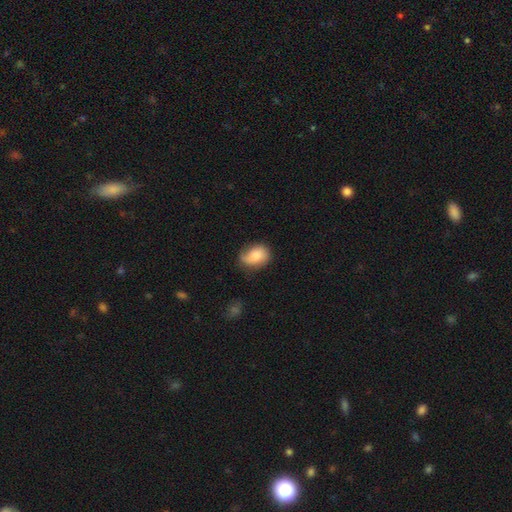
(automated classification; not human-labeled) Q: Smooth or featured?
A: smooth (77%); runner-up: featured or disk (16%)
Q: How rounded?
A: in between (72%); runner-up: round (26%)
Q: Merging?
A: none (52%); runner-up: minor disturbance (33%)